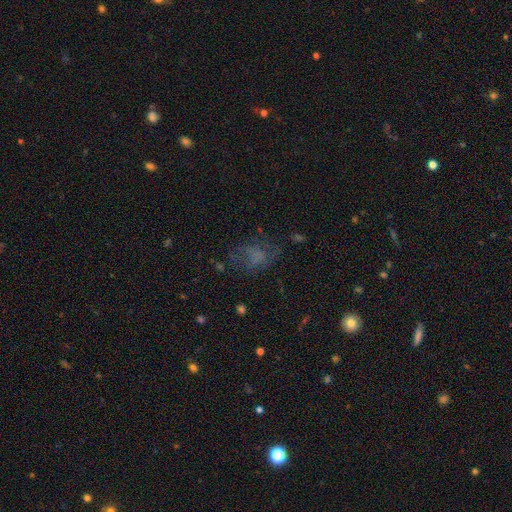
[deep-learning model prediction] Overall: smooth (49%; featured or disk 28%). Merging: none (52%; major disturbance 25%).